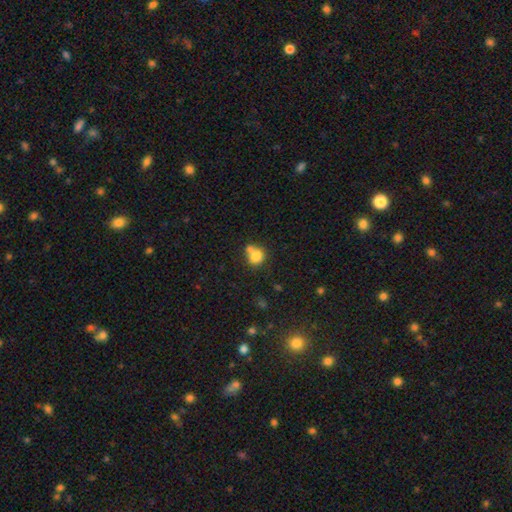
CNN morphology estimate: The model was most divided on "merging": none: 43%, merger: 42%, minor disturbance: 11%, major disturbance: 4%. More confident: smooth or featured — smooth (79%); how rounded — round (74%).